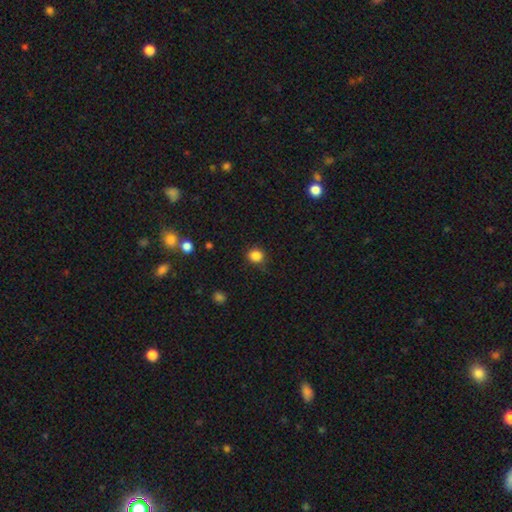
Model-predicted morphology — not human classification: Q: Smooth or featured?
A: smooth (85%); runner-up: star or artifact (12%)
Q: How rounded?
A: round (83%); runner-up: in between (16%)
Q: Merging?
A: none (83%); runner-up: minor disturbance (13%)